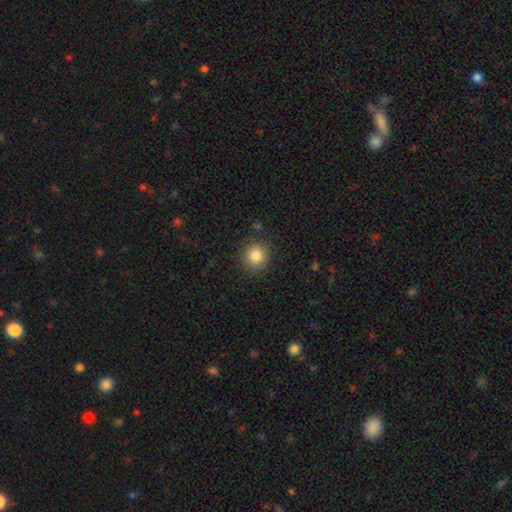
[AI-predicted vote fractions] This appears to be a smooth galaxy with no disk features (84%) that is round (89%). Merging: none (88%).